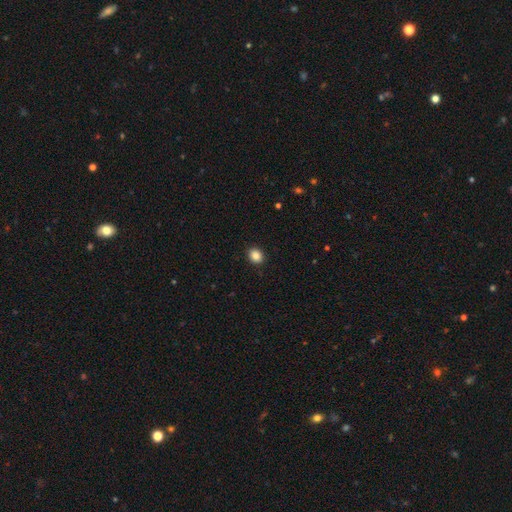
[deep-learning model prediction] Smooth or featured? Predicted: smooth (p=0.86). How rounded? Predicted: round (p=0.60). Merging? Predicted: none (p=0.91).